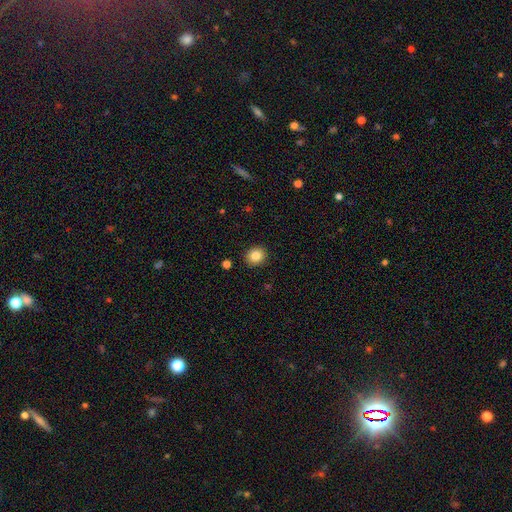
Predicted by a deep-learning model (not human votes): smooth 84%, star or artifact 10%, featured or disk 6%. Down the decision tree: how rounded — round (76%); merging — none (91%).